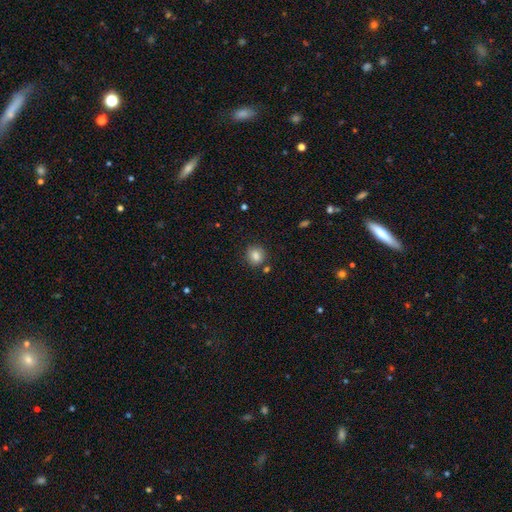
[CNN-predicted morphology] Smooth or featured? smooth (84%)
How rounded? round (80%)
Merging? none (81%)